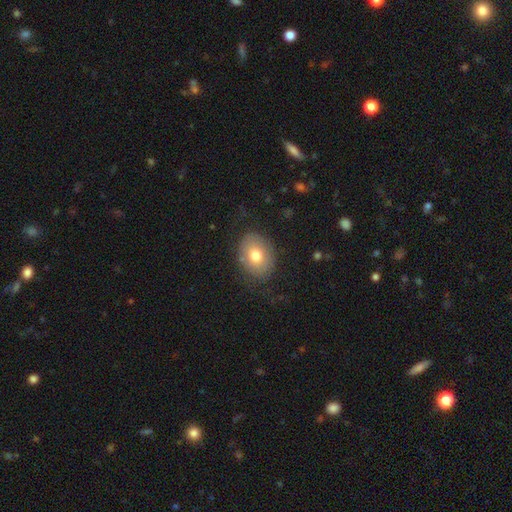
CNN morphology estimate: smooth_or_featured: smooth (p=0.73) [alt: featured or disk p=0.19]
how_rounded: in between (p=0.64) [alt: round p=0.35]
merging: none (p=0.77) [alt: minor disturbance p=0.15]